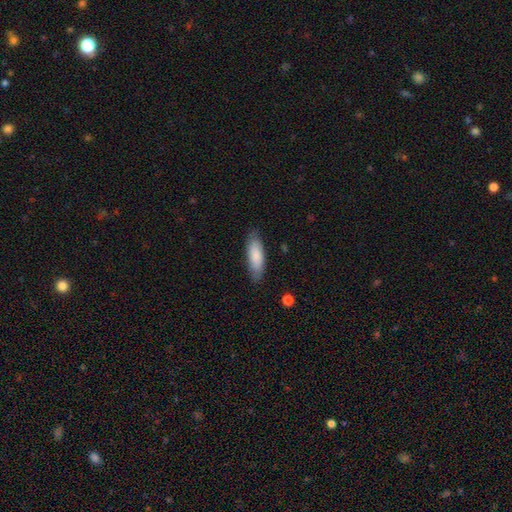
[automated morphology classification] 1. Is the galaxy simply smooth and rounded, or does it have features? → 84% smooth, 11% featured or disk, 5% star or artifact.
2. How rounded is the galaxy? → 54% in between, 44% cigar-shaped, 1% round.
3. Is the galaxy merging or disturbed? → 82% none, 14% minor disturbance, 3% major disturbance, 1% merger.